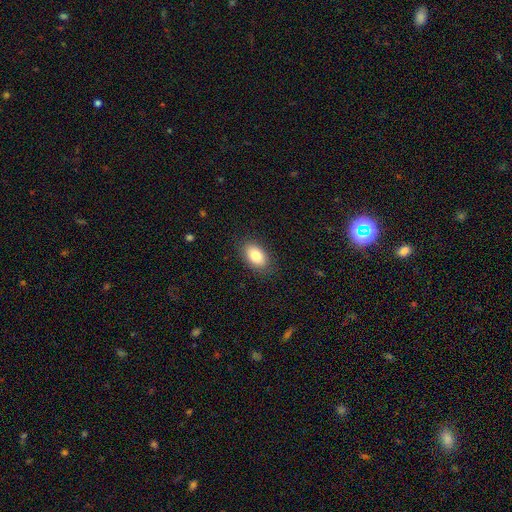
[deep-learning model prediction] Q: Smooth or featured?
A: smooth (85%); runner-up: featured or disk (8%)
Q: How rounded?
A: in between (92%); runner-up: round (6%)
Q: Merging?
A: none (86%); runner-up: minor disturbance (10%)